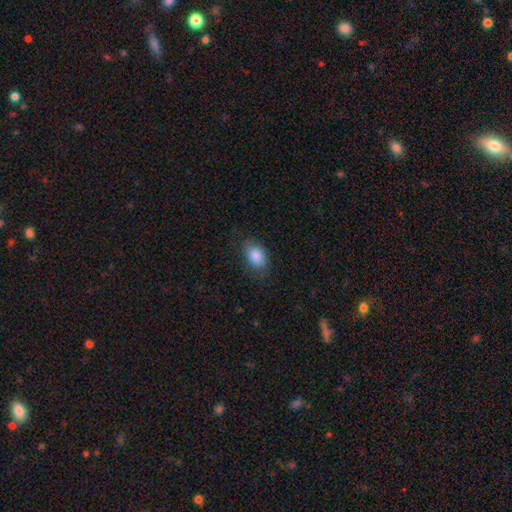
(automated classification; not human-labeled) smooth-or-featured: smooth: 86% | star or artifact: 7% | featured or disk: 7%
  how-rounded: in between: 87% | round: 11% | cigar-shaped: 2%
  merging: none: 79% | minor disturbance: 15% | major disturbance: 5% | merger: 1%